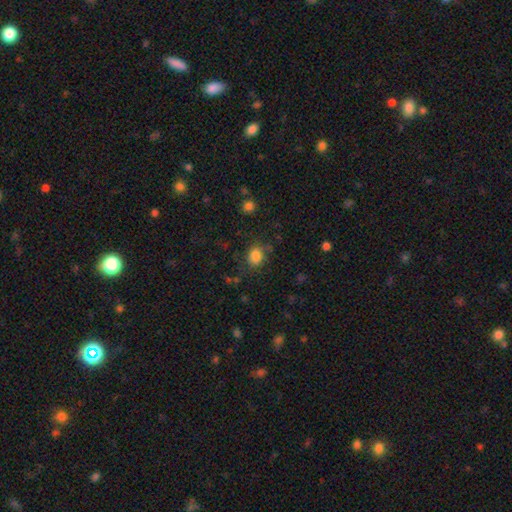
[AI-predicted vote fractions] Smooth or featured?
  - smooth: 83% *
  - star or artifact: 12%
  - featured or disk: 5%
How rounded?
  - round: 58% *
  - in between: 41%
  - cigar-shaped: 1%
Merging?
  - none: 73% *
  - minor disturbance: 17%
  - major disturbance: 6%
  - merger: 4%